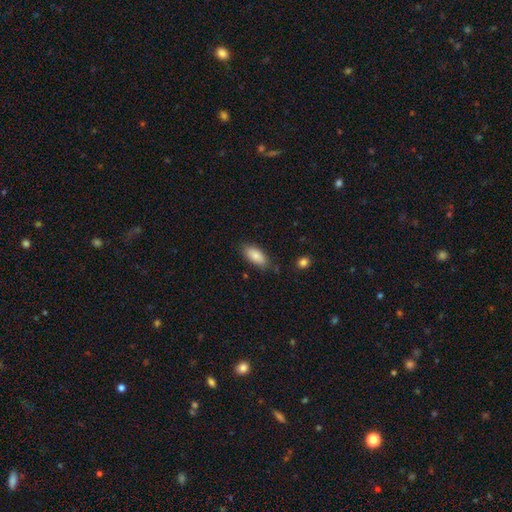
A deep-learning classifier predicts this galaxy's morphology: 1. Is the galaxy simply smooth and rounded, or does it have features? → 85% smooth, 9% featured or disk, 7% star or artifact.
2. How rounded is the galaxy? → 87% in between, 11% cigar-shaped, 2% round.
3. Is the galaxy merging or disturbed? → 79% none, 16% minor disturbance, 3% major disturbance, 2% merger.